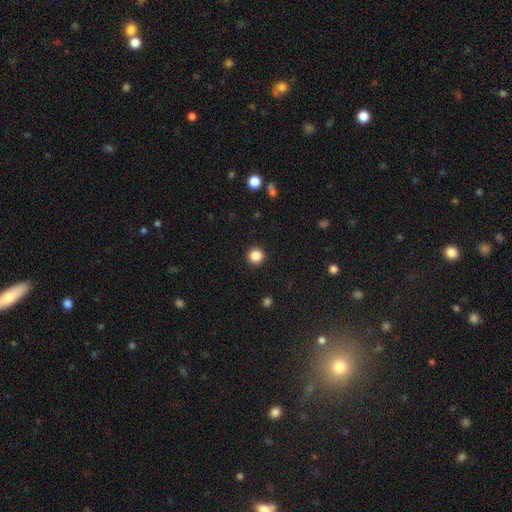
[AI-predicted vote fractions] The model was most divided on "smooth or featured": smooth: 86%, star or artifact: 11%, featured or disk: 3%. More confident: how rounded — round (96%); merging — none (93%).